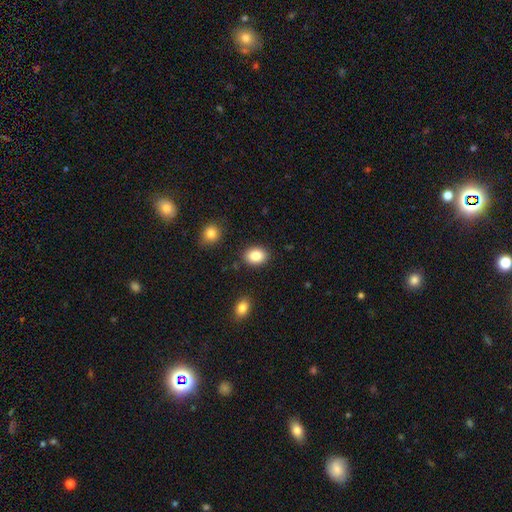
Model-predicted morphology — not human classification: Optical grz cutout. It shows a smooth galaxy with no disk features (87%) that is in between round and cigar-shaped (67%). Merging: none (86%).